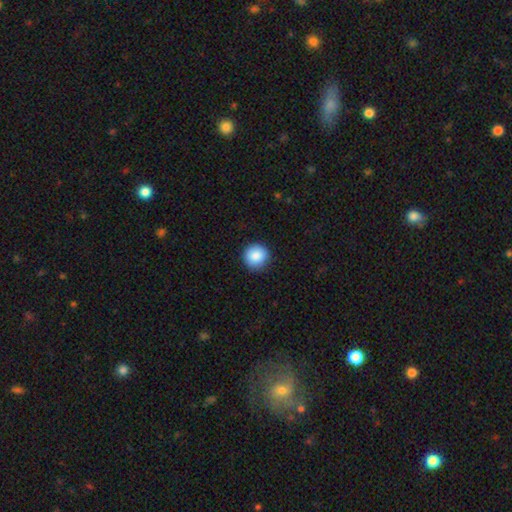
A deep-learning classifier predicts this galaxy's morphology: Q: Smooth or featured?
A: smooth (88%); runner-up: star or artifact (8%)
Q: How rounded?
A: round (95%); runner-up: in between (4%)
Q: Merging?
A: none (90%); runner-up: minor disturbance (7%)